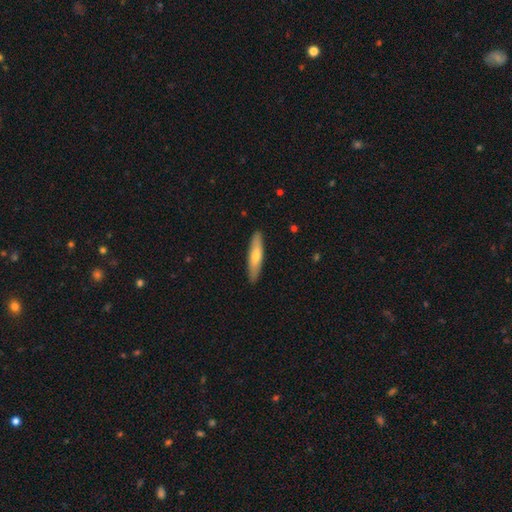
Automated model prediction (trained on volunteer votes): Smooth or featured? Predicted: smooth (p=0.64). How rounded? Predicted: cigar-shaped (p=0.80). Merging? Predicted: none (p=0.89).